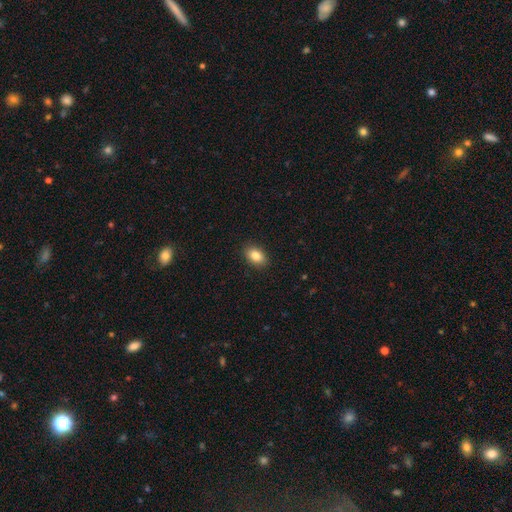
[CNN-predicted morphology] Smooth or featured? smooth (85%)
How rounded? in between (86%)
Merging? none (90%)